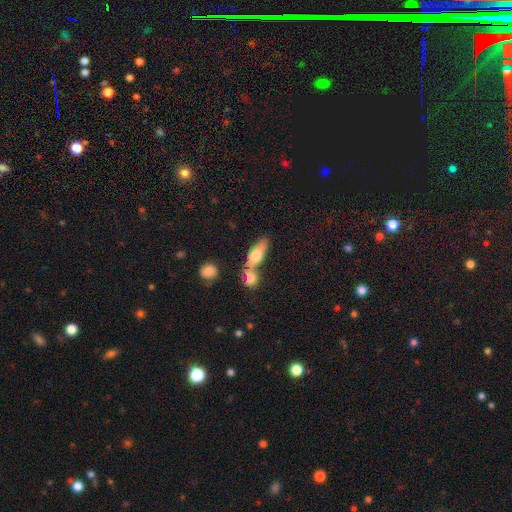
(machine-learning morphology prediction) Smooth or featured: smooth — 69% (featured or disk — 24%)
How rounded: in between — 63% (cigar-shaped — 31%)
Merging: merger — 46% (none — 38%)